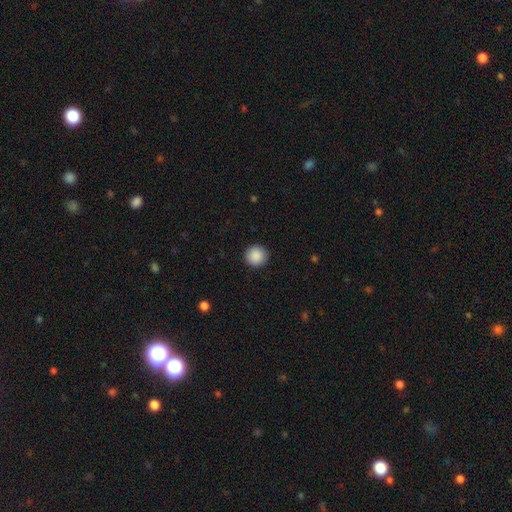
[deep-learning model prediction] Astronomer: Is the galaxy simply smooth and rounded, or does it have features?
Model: smooth — 89%.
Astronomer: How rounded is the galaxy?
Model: round — 94%.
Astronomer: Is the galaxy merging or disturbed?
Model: none — 92%.